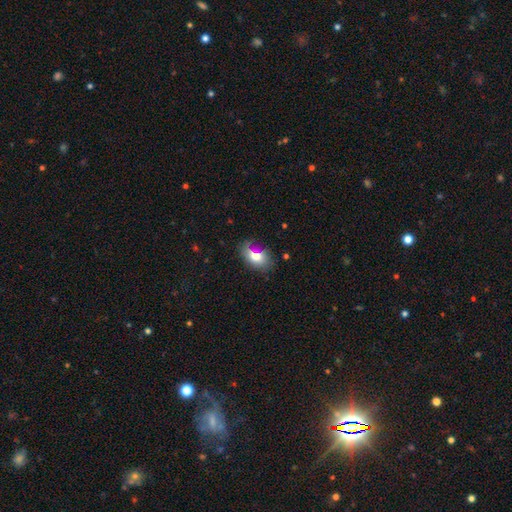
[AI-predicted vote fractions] A smooth galaxy with no disk features (73%) that is in between round and cigar-shaped (83%).

Vote fractions:
- Smooth or featured? smooth: 73% / featured or disk: 17% / star or artifact: 10%
- How rounded? in between: 83% / round: 14% / cigar-shaped: 3%
- Merging? none: 57% / minor disturbance: 25% / major disturbance: 10% / merger: 7%